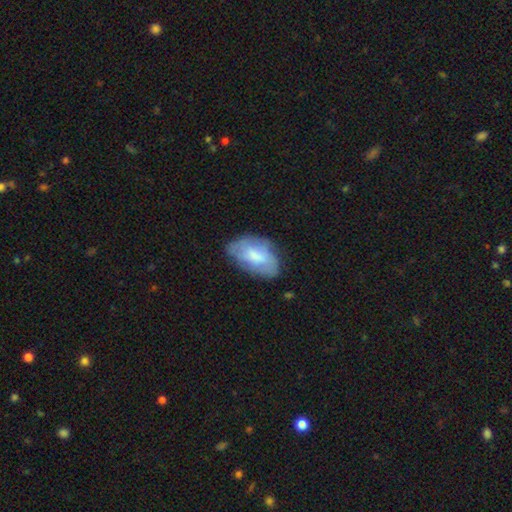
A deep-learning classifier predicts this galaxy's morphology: Smooth or featured? Predicted: smooth (p=0.60). How rounded? Predicted: in between (p=0.93). Merging? Predicted: none (p=0.60).